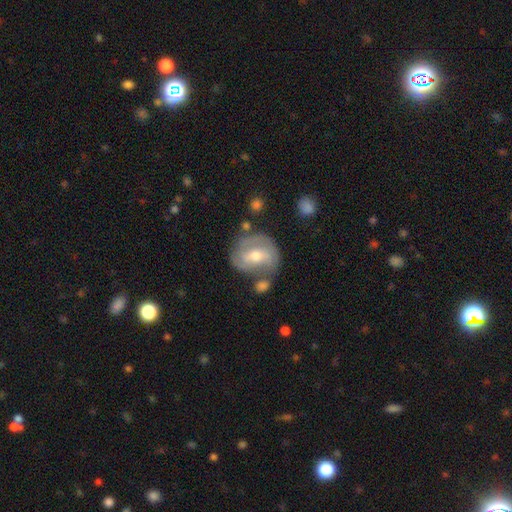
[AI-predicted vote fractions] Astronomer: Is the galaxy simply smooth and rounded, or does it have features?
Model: featured or disk — 69%.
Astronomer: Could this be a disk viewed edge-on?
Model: no — 96%.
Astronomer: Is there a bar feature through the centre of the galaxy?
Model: weak — 45% (runner-up: no, 28%).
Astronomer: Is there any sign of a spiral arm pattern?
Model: yes — 77%.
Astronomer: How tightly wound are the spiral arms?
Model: tight — 44% (runner-up: medium, 40%).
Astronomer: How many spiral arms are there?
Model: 2 — 55%.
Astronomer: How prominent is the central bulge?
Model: moderate — 66%.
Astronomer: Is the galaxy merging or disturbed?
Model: none — 59%.